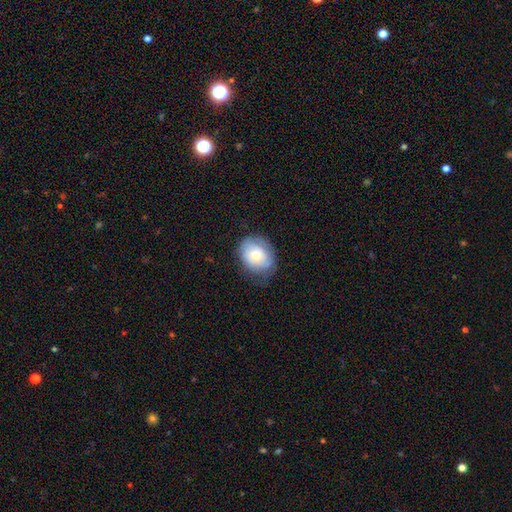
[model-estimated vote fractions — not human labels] Morphology: type=smooth (60%); roundness=in between (56%); merging=none (61%).